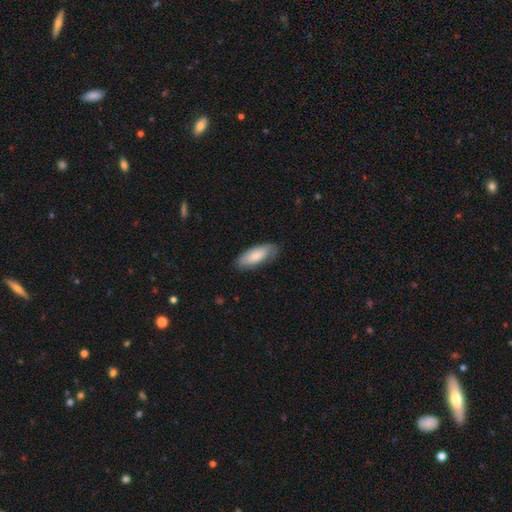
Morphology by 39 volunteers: smooth_or_featured: smooth (p=0.79) [alt: featured or disk p=0.15]
how_rounded: in between (p=0.87) [alt: cigar-shaped p=0.10]
merging: none (p=0.84) [alt: minor disturbance p=0.16]